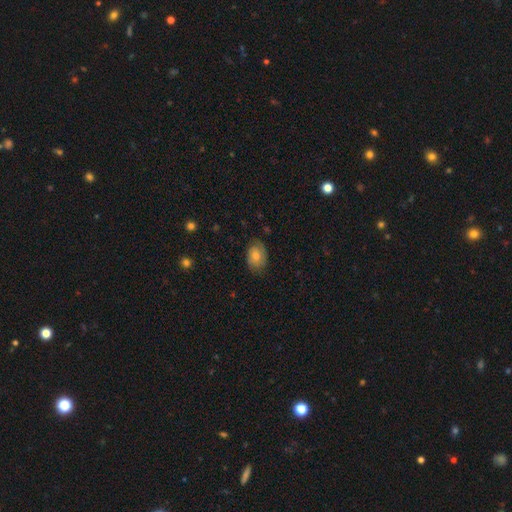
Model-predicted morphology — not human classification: Smooth or featured? Predicted: smooth (p=0.64). How rounded? Predicted: in between (p=0.81). Merging? Predicted: none (p=0.75).